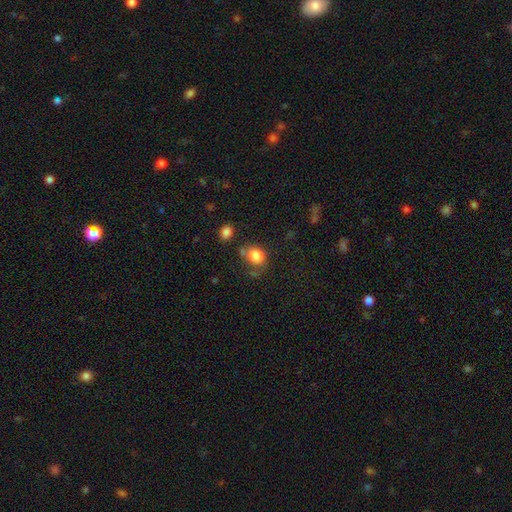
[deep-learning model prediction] This appears to be a smooth galaxy with no disk features (81%) that is round (52%). Merging: none (49%).